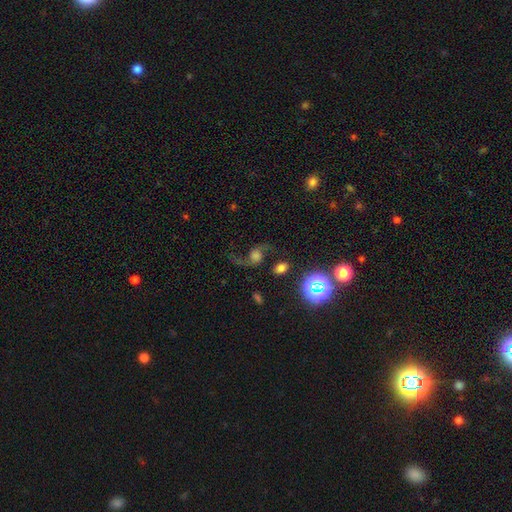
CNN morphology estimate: Smooth or featured? Predicted: featured or disk (p=0.66). Edge-on disk? Predicted: no (p=0.96). Bar? Predicted: no (p=0.66). Spiral arms? Predicted: yes (p=0.92). Spiral winding? Predicted: loose (p=0.89). Spiral arm count? Predicted: 2 (p=0.88). Bulge size? Predicted: large (p=0.29). Merging? Predicted: none (p=0.58).